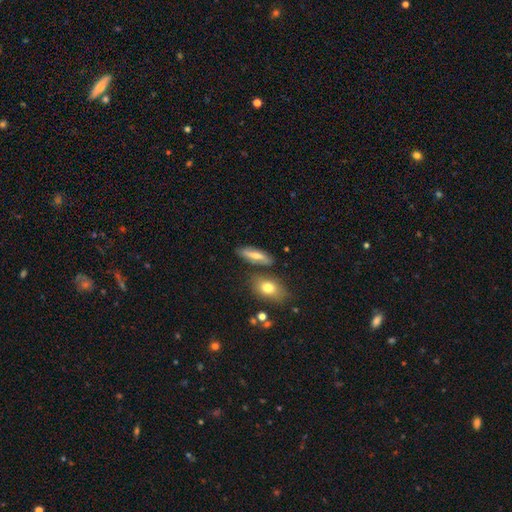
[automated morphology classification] A smooth galaxy with no disk features (60%) that is in between round and cigar-shaped (51%).

Vote fractions:
- Smooth or featured? smooth: 60% / featured or disk: 32% / star or artifact: 8%
- How rounded? in between: 51% / cigar-shaped: 44% / round: 5%
- Merging? none: 76% / minor disturbance: 14% / merger: 7% / major disturbance: 4%